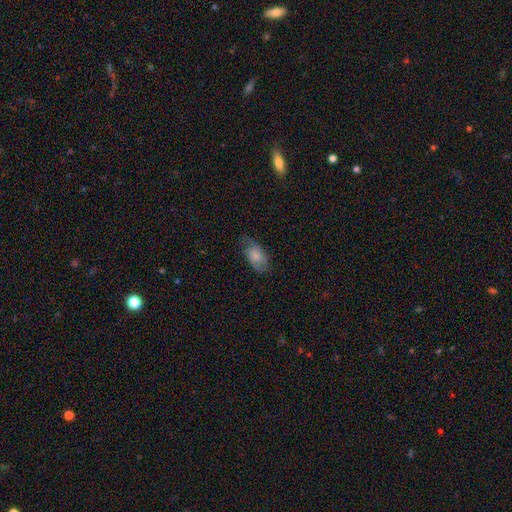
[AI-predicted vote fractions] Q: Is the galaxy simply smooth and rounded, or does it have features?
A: smooth — 73%.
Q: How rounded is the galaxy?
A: in between — 91%.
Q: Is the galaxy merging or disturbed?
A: none — 61%.